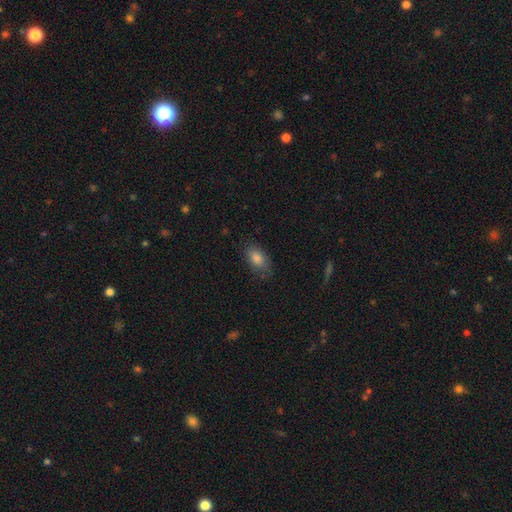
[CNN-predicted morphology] Q: Smooth or featured?
A: smooth (74%); runner-up: star or artifact (14%)
Q: How rounded?
A: in between (86%); runner-up: round (10%)
Q: Merging?
A: none (75%); runner-up: minor disturbance (18%)